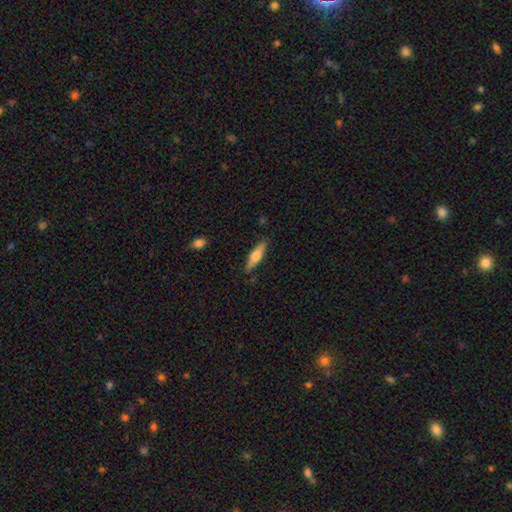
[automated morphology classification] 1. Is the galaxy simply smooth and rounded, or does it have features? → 63% smooth, 31% featured or disk, 6% star or artifact.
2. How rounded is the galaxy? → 64% cigar-shaped, 34% in between, 2% round.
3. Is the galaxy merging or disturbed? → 84% none, 12% minor disturbance, 2% major disturbance, 2% merger.